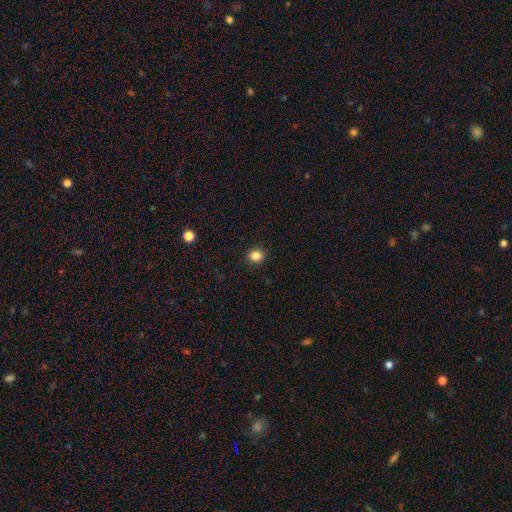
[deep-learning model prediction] This appears to be a smooth galaxy with no disk features (85%) that is round (80%). Merging: none (92%).